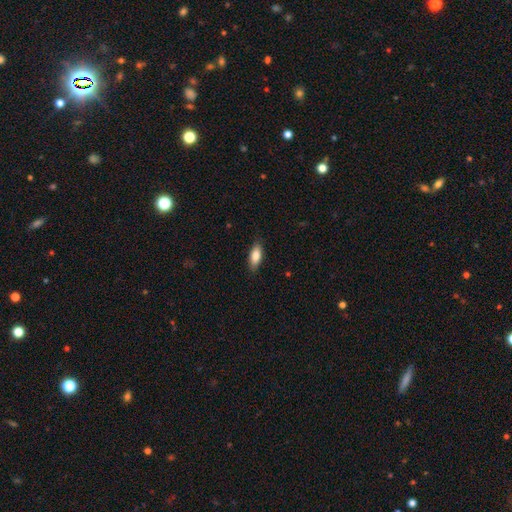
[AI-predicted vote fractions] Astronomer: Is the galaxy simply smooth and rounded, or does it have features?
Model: smooth — 81%.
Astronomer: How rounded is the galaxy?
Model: in between — 76%.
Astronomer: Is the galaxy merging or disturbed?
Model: none — 84%.